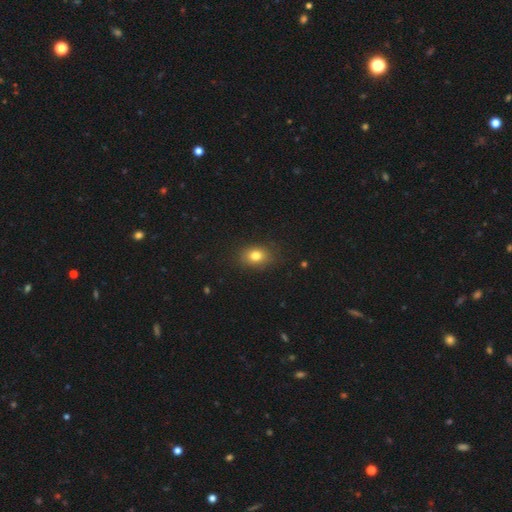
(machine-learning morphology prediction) A smooth galaxy with no disk features (80%) that is in between round and cigar-shaped (61%).

Vote fractions:
- Smooth or featured? smooth: 80% / star or artifact: 11% / featured or disk: 9%
- How rounded? in between: 61% / round: 37% / cigar-shaped: 1%
- Merging? none: 84% / minor disturbance: 11% / major disturbance: 3% / merger: 1%